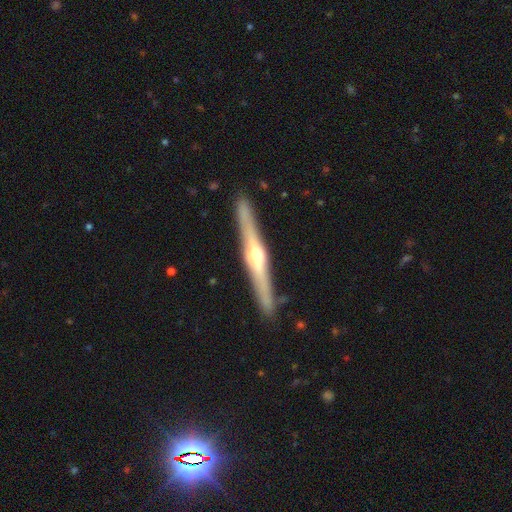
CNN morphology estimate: A featured or disk galaxy (77%) viewed edge-on (98%) with a rounded central bulge (91%).

Vote fractions:
- Smooth or featured? featured or disk: 77% / smooth: 18% / star or artifact: 5%
- Edge-on disk? yes: 98% / no: 2%
- Edge-on bulge? rounded: 91% / boxy: 5% / none: 5%
- Merging? none: 90% / minor disturbance: 7% / major disturbance: 1% / merger: 1%